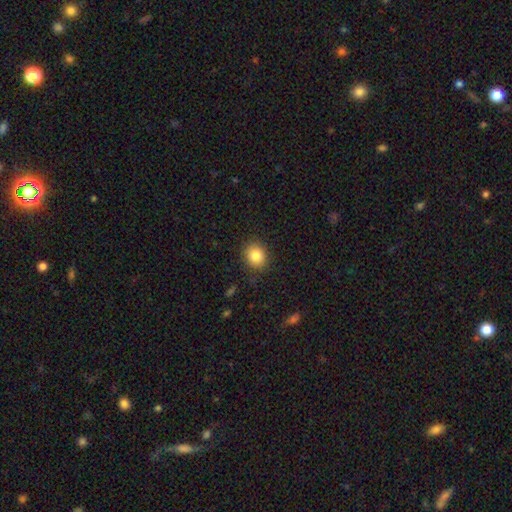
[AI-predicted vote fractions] smooth_or_featured: smooth (p=0.84) [alt: star or artifact p=0.10]
how_rounded: round (p=0.65) [alt: in between p=0.34]
merging: none (p=0.88) [alt: minor disturbance p=0.09]